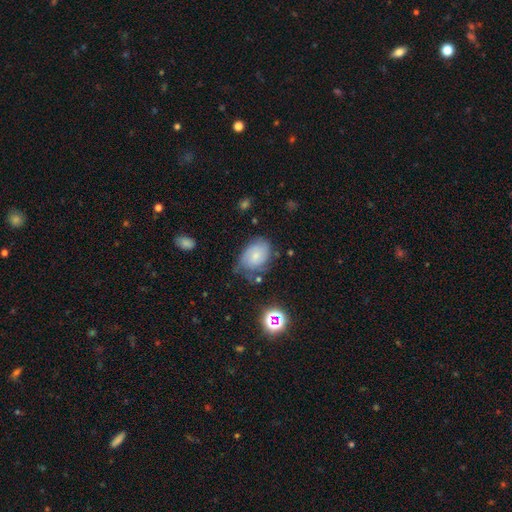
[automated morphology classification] A smooth galaxy with no disk features (55%) that is in between round and cigar-shaped (75%). Merging: none (51%).